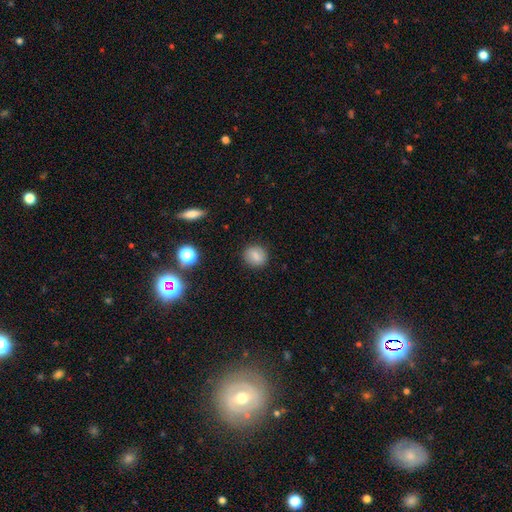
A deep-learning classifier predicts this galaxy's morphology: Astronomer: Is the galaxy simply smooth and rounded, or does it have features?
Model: smooth — 79%.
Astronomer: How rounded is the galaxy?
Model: round — 77%.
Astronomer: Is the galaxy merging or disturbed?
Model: none — 87%.